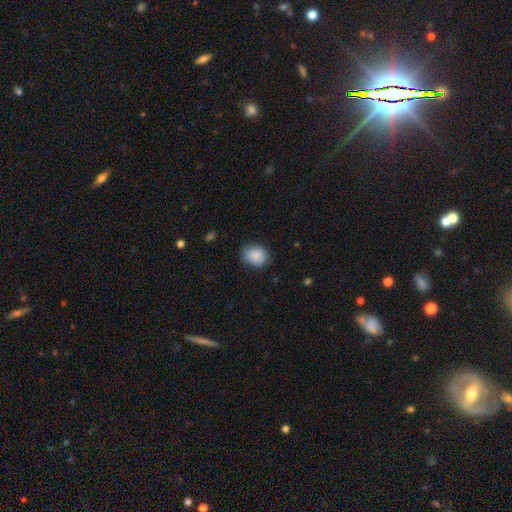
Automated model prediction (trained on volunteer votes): A smooth galaxy with no disk features (89%) that is round (53%). Merging: none (81%).